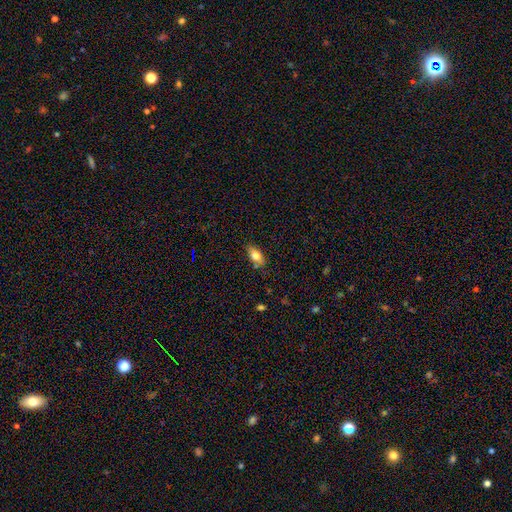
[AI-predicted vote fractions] Overall: smooth (78%). How rounded: in between (87%). Merging: none (77%).